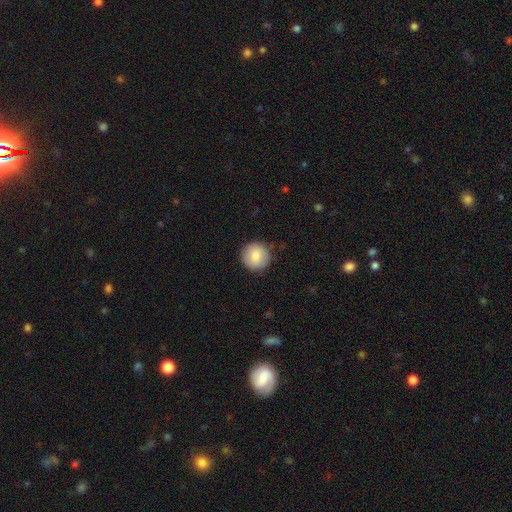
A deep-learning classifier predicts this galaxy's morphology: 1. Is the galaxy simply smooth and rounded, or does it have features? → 82% smooth, 11% featured or disk, 7% star or artifact.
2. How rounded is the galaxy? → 94% round, 5% in between, 1% cigar-shaped.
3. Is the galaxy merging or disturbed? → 87% none, 10% minor disturbance, 2% major disturbance, 1% merger.